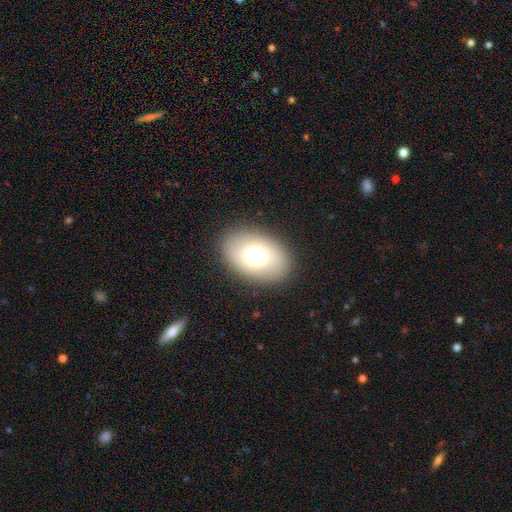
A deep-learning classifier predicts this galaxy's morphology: smooth-or-featured: smooth: 68% | featured or disk: 20% | star or artifact: 12%
  how-rounded: in between: 78% | round: 21% | cigar-shaped: 1%
  merging: none: 87% | minor disturbance: 8% | major disturbance: 4% | merger: 1%